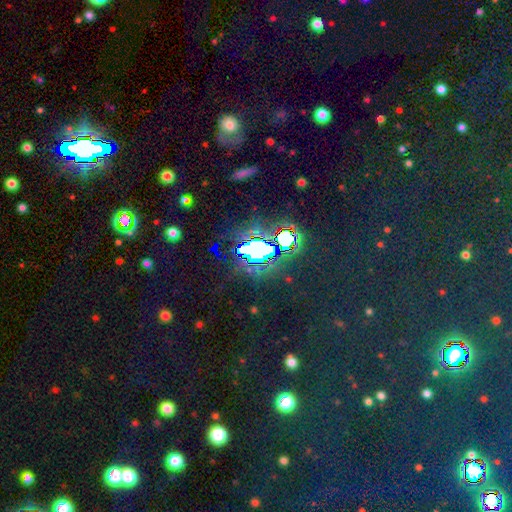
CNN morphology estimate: This appears to be a star or artifact, not a galaxy (79%).